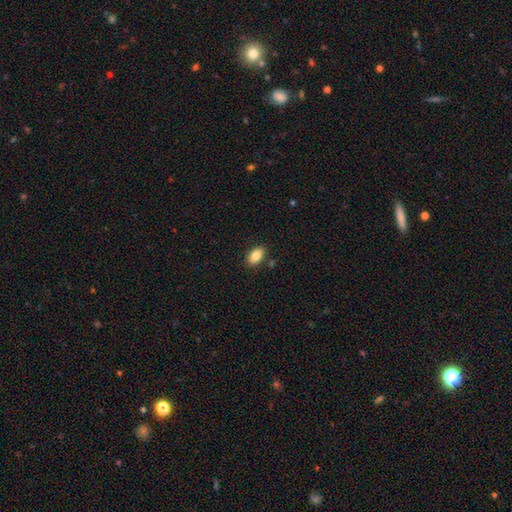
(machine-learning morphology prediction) Smooth or featured? smooth (84%)
How rounded? in between (91%)
Merging? none (85%)